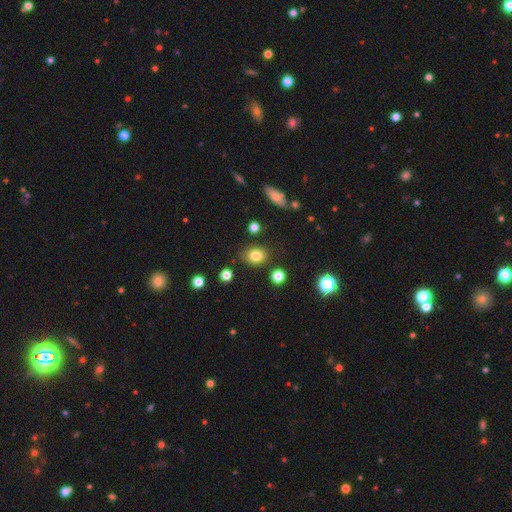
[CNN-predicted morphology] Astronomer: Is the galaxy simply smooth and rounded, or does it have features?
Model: smooth — 81%.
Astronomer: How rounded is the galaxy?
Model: in between — 54% (runner-up: round, 44%).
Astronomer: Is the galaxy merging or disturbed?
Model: none — 80%.